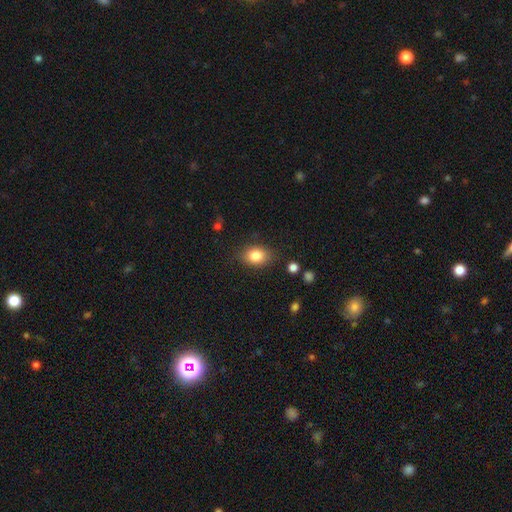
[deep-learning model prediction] A smooth galaxy with no disk features (83%) that is in between round and cigar-shaped (70%).

Vote fractions:
- Smooth or featured? smooth: 83% / star or artifact: 9% / featured or disk: 8%
- How rounded? in between: 70% / round: 29% / cigar-shaped: 1%
- Merging? none: 82% / minor disturbance: 13% / major disturbance: 4% / merger: 2%